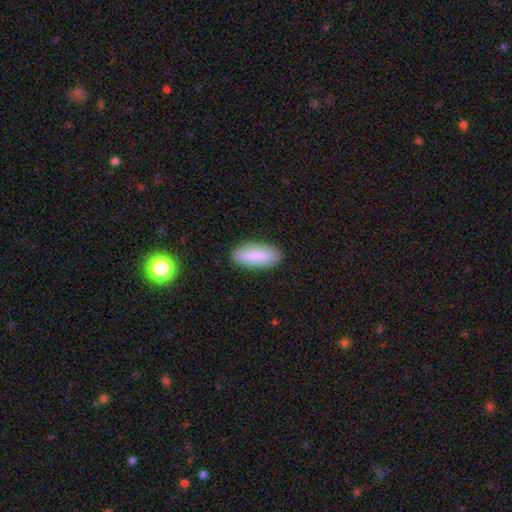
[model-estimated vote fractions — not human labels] This appears to be a smooth galaxy with no disk features (84%) that is in between round and cigar-shaped (81%). Merging: none (87%).